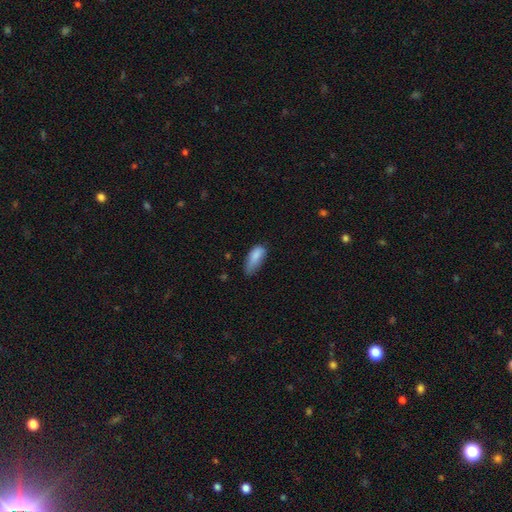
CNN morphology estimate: This appears to be a smooth galaxy with no disk features (84%) that is in between round and cigar-shaped (82%). Merging: minor disturbance (45%).